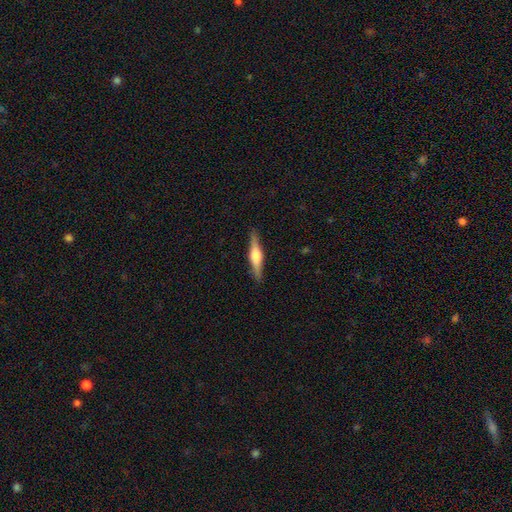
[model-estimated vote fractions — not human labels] This appears to be a featured or disk galaxy (64%) viewed edge-on (97%) with a rounded central bulge (89%). Merging: none (90%).